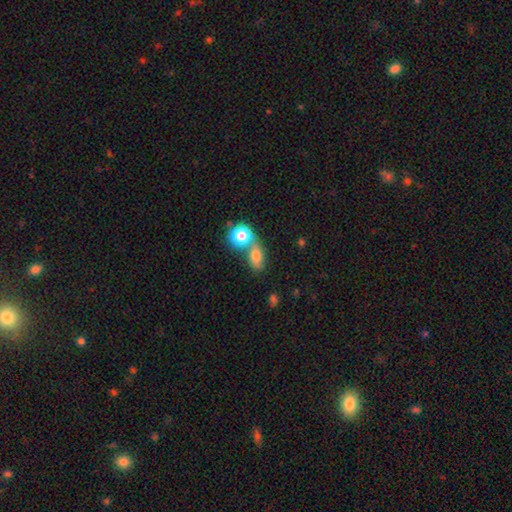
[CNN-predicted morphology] Smooth or featured?
  - smooth: 73% *
  - featured or disk: 15%
  - star or artifact: 12%
How rounded?
  - in between: 66% *
  - round: 29%
  - cigar-shaped: 6%
Merging?
  - merger: 50% *
  - none: 34%
  - minor disturbance: 10%
  - major disturbance: 6%